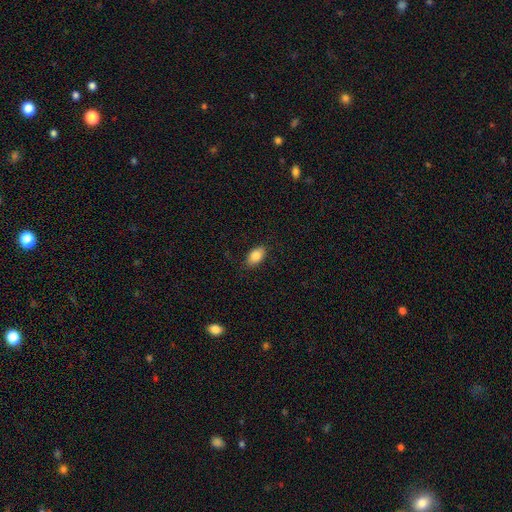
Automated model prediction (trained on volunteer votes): Q: Smooth or featured?
A: smooth (85%); runner-up: star or artifact (8%)
Q: How rounded?
A: in between (91%); runner-up: round (6%)
Q: Merging?
A: none (85%); runner-up: minor disturbance (11%)